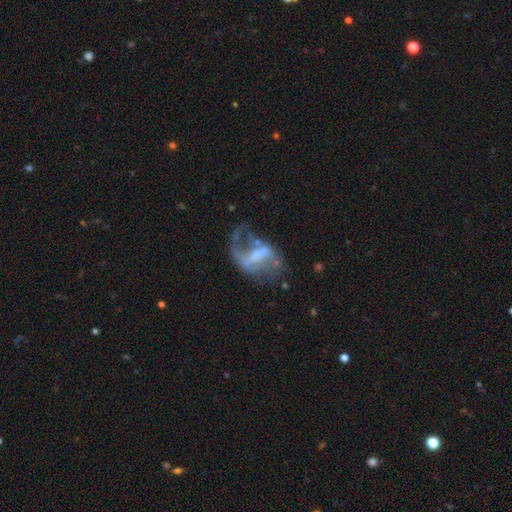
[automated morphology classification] The model was most divided on "bar": strong: 41%, weak: 40%, no: 19%. Remaining: edge-on disk — no (96%); smooth or featured — featured or disk (78%); spiral arms — yes (76%); spiral arm count — 2 (63%); spiral winding — loose (62%); bulge size — small (40%); merging — none (39%).